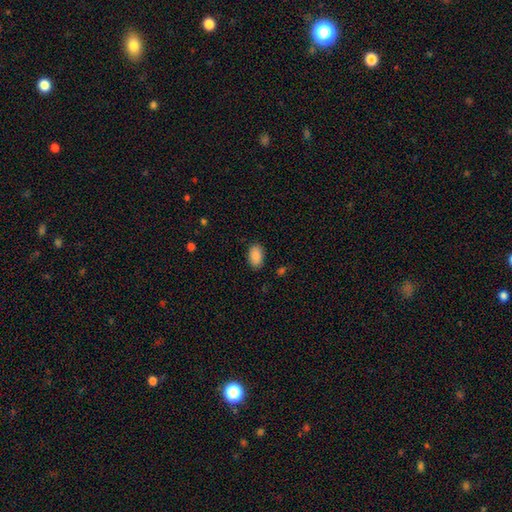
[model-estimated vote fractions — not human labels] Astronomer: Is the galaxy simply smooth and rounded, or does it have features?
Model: smooth — 89%.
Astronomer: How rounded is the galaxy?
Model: in between — 90%.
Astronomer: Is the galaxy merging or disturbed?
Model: none — 86%.